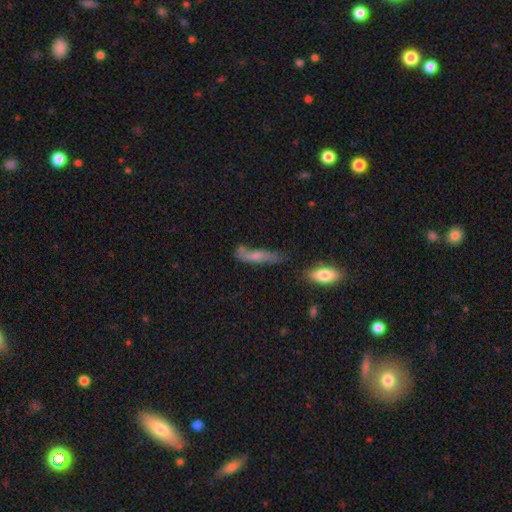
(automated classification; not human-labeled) smooth-or-featured: smooth: 58% | featured or disk: 33% | star or artifact: 9%
  how-rounded: cigar-shaped: 68% | in between: 29% | round: 3%
  merging: none: 45% | minor disturbance: 28% | major disturbance: 16% | merger: 12%